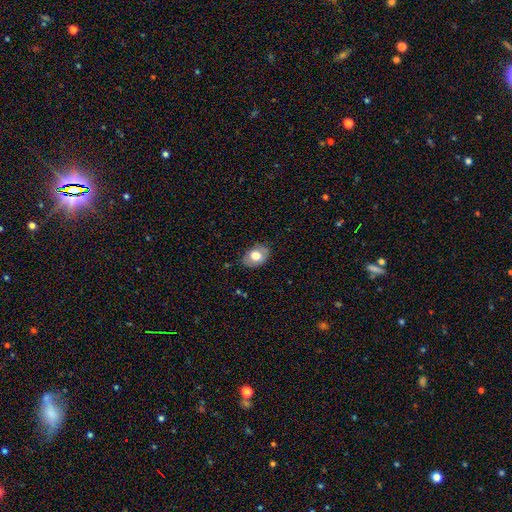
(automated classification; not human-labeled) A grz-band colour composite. It shows a smooth galaxy with no disk features (71%) that is in between round and cigar-shaped (76%). Merging: none (78%).